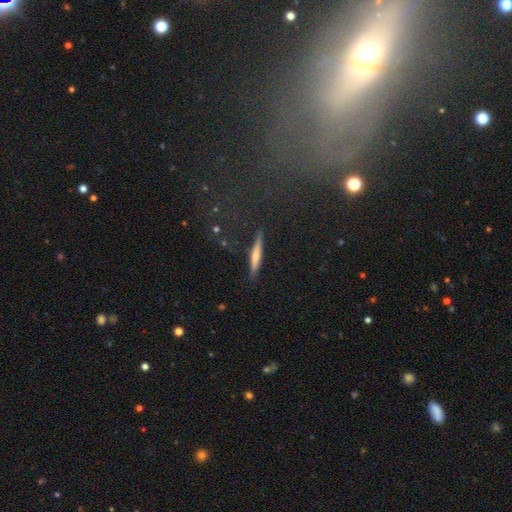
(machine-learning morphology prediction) smooth_or_featured: smooth (p=0.51) [alt: featured or disk p=0.40]
how_rounded: cigar-shaped (p=0.92) [alt: in between p=0.06]
merging: none (p=0.87) [alt: minor disturbance p=0.10]